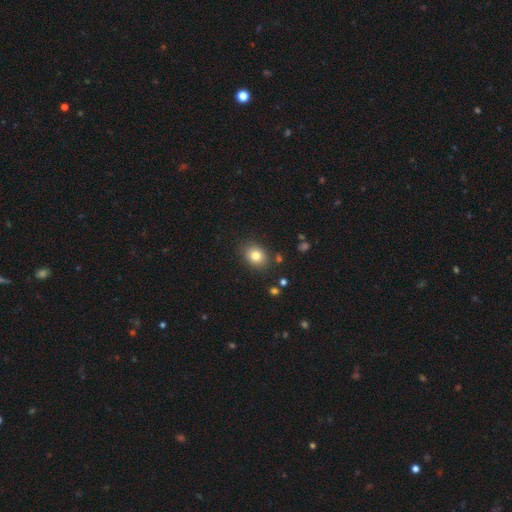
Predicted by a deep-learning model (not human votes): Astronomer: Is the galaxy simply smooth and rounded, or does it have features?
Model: smooth — 82%.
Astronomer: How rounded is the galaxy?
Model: in between — 56% (runner-up: round, 43%).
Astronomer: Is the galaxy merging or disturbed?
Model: none — 85%.